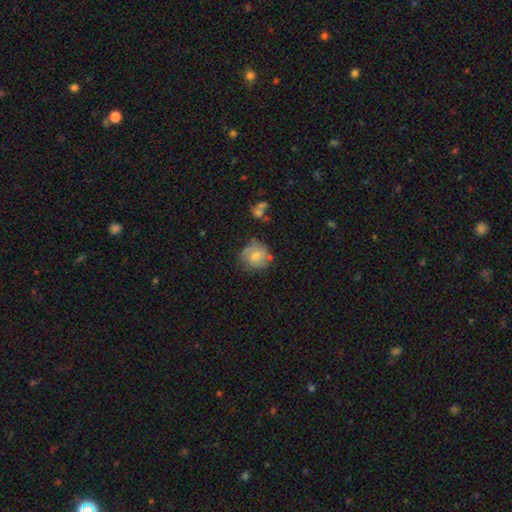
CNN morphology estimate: Overall: smooth (52%; featured or disk 38%). How rounded: round (82%). Merging: none (65%).